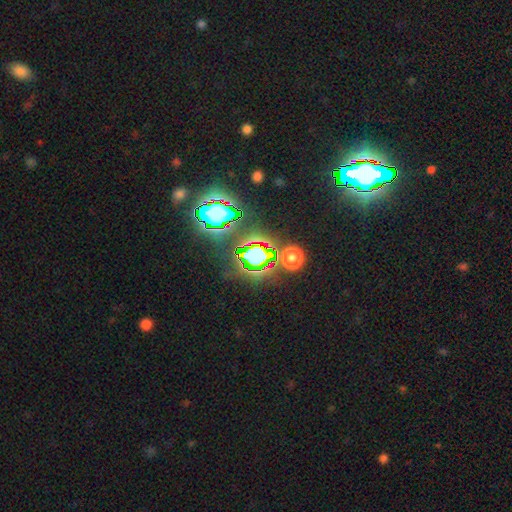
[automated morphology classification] A star or artifact, not a galaxy (70%).

Vote fractions:
- Smooth or featured? star or artifact: 70% / smooth: 19% / featured or disk: 12%